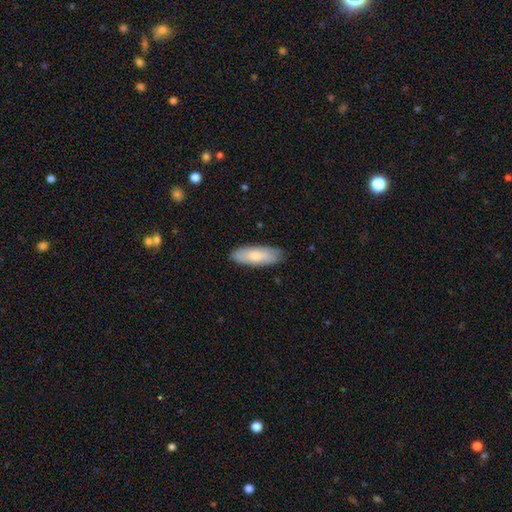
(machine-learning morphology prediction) A smooth galaxy with no disk features (73%) that is in between round and cigar-shaped (66%). Merging: none (85%).